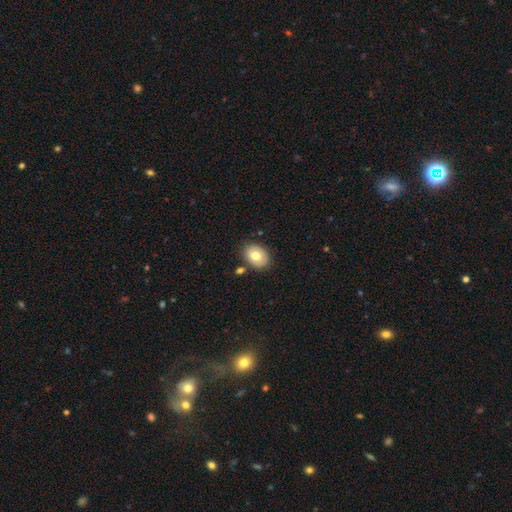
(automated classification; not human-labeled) Smooth or featured?
  - smooth: 75% *
  - featured or disk: 17%
  - star or artifact: 8%
How rounded?
  - in between: 66% *
  - round: 33%
  - cigar-shaped: 1%
Merging?
  - none: 80% *
  - minor disturbance: 12%
  - merger: 5%
  - major disturbance: 3%